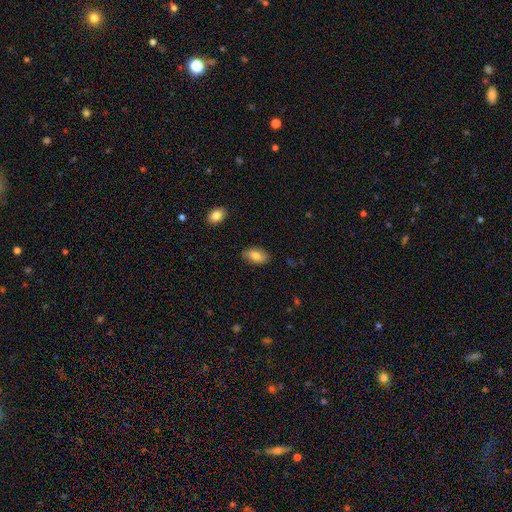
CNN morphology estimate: This is clearly a smooth galaxy (80%). How rounded: clearly in between (93%). Merging: clearly none (84%).